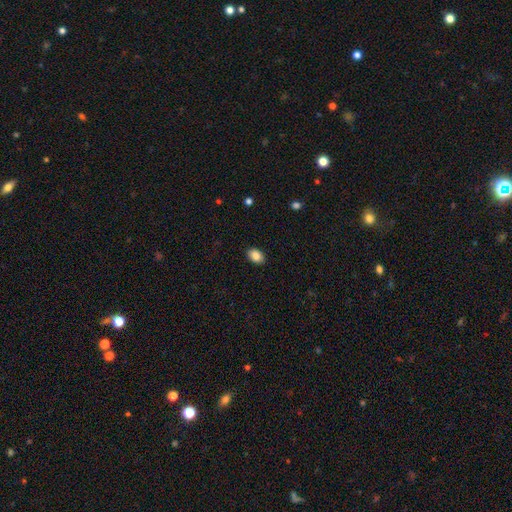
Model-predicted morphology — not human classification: Smooth or featured? Predicted: smooth (p=0.86). How rounded? Predicted: in between (p=0.85). Merging? Predicted: none (p=0.89).